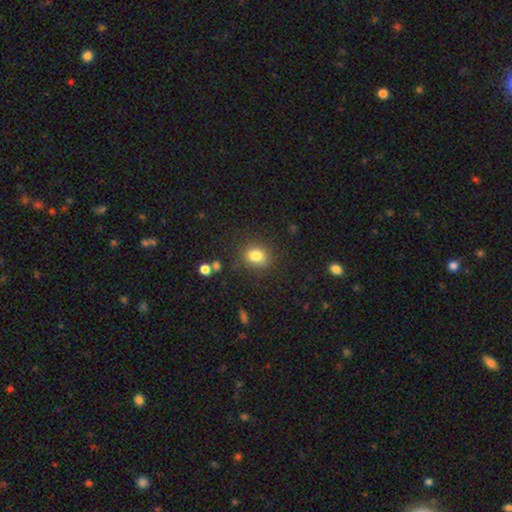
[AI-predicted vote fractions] smooth_or_featured: smooth (p=0.82) [alt: star or artifact p=0.11]
how_rounded: round (p=0.56) [alt: in between p=0.43]
merging: none (p=0.80) [alt: minor disturbance p=0.13]